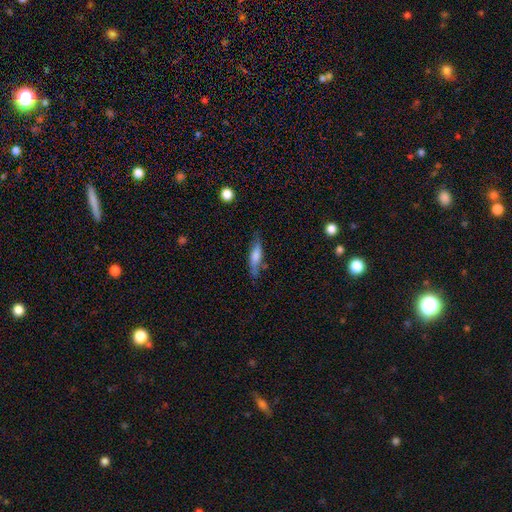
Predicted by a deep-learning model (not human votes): smooth 59%, featured or disk 33%, star or artifact 7%. Down the decision tree: how rounded — cigar-shaped (67%); merging — none (72%).